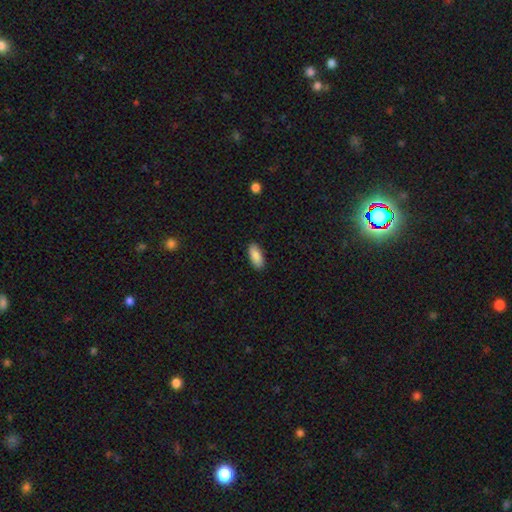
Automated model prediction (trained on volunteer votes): Smooth or featured? Predicted: smooth (p=0.89). How rounded? Predicted: in between (p=0.86). Merging? Predicted: none (p=0.90).